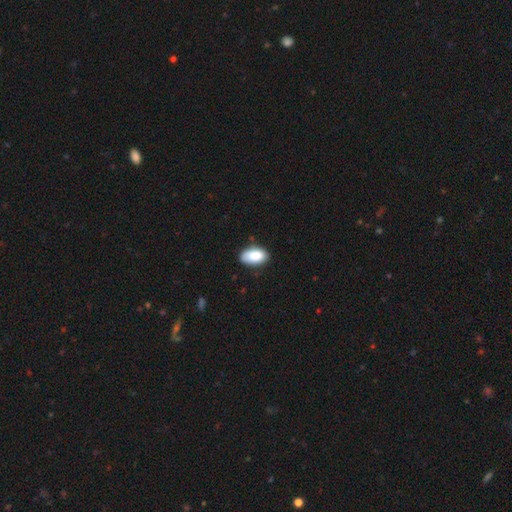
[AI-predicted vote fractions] smooth_or_featured: smooth (p=0.86) [alt: featured or disk p=0.07]
how_rounded: in between (p=0.94) [alt: round p=0.04]
merging: none (p=0.77) [alt: minor disturbance p=0.18]